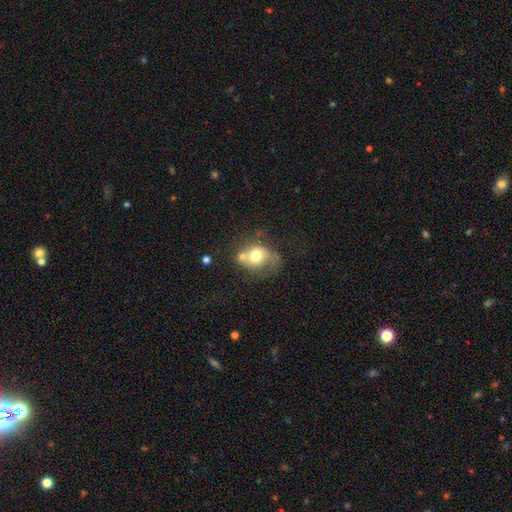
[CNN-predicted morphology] A smooth galaxy with no disk features (63%) that is round (59%). Merging: none (34%).